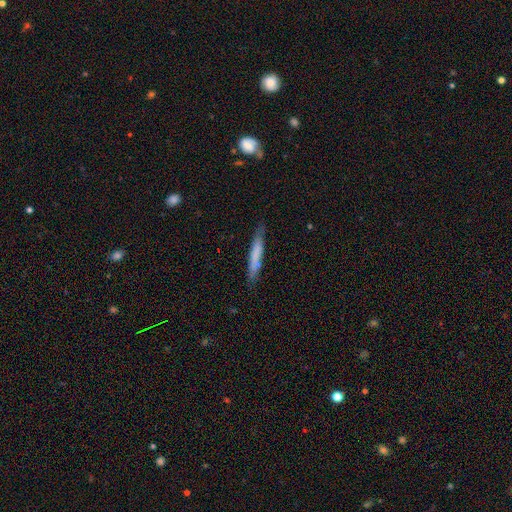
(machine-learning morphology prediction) Overall: smooth (65%; featured or disk 29%). How rounded: cigar-shaped (94%). Merging: none (81%).